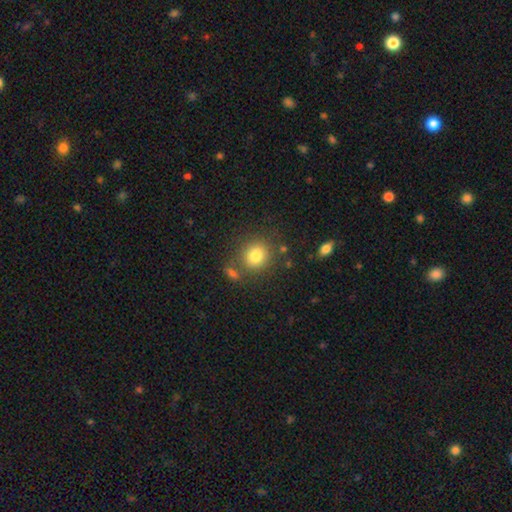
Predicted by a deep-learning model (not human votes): Smooth or featured?
  - smooth: 80% *
  - star or artifact: 11%
  - featured or disk: 9%
How rounded?
  - round: 81% *
  - in between: 18%
  - cigar-shaped: 1%
Merging?
  - none: 74% *
  - minor disturbance: 11%
  - merger: 10%
  - major disturbance: 5%